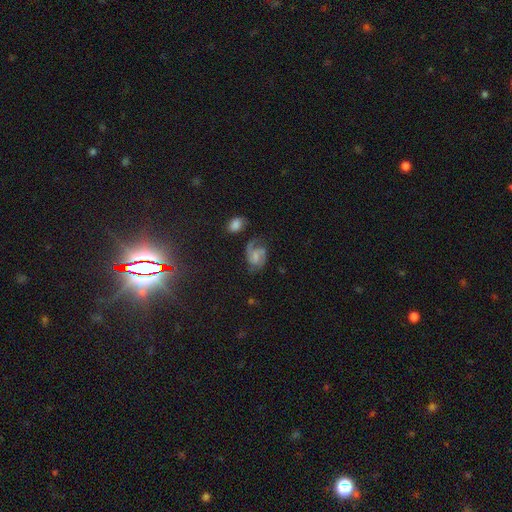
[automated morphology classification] This appears to be a featured or disk galaxy (68%) with no bar (50%), 2 (73%) medium (50%) spiral arms (92%) and a small central bulge (50%). Merging: none (52%).